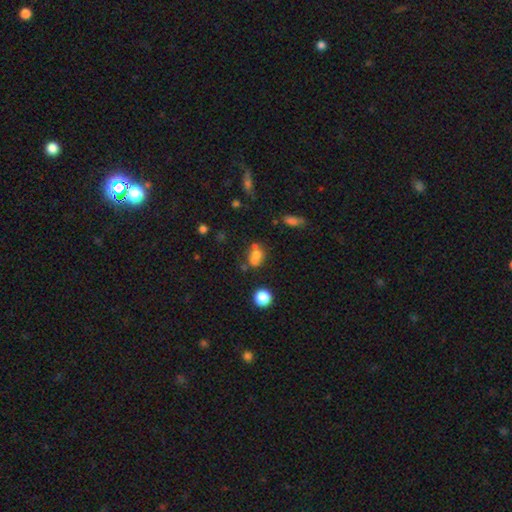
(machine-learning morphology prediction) type=smooth (65%); roundness=round (50%); merging=none (40%).